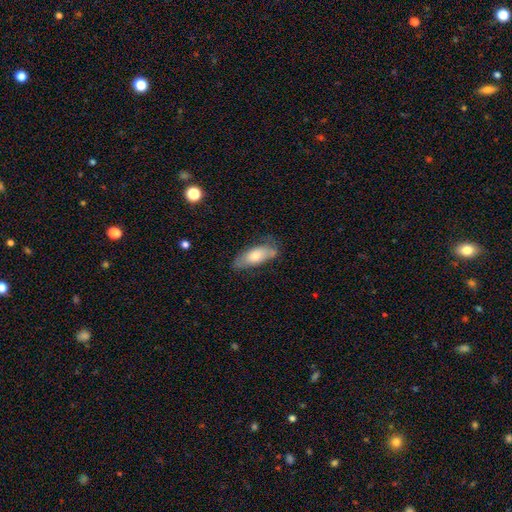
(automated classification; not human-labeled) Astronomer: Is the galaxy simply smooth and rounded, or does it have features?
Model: smooth — 68%.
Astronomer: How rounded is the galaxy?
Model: in between — 74%.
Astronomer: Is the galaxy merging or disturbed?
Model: none — 67%.